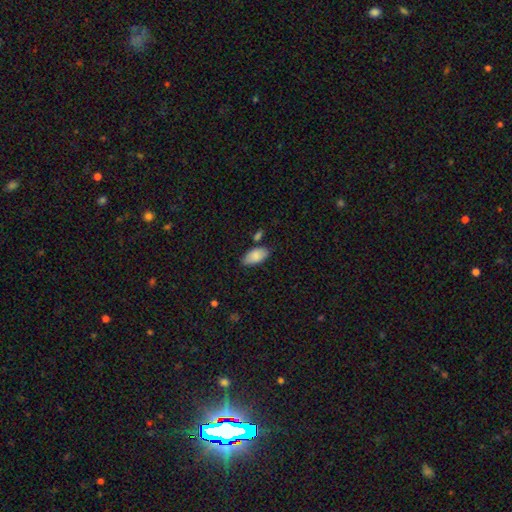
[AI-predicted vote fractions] Smooth or featured?
  - smooth: 85% *
  - featured or disk: 8%
  - star or artifact: 6%
How rounded?
  - in between: 94% *
  - cigar-shaped: 4%
  - round: 2%
Merging?
  - none: 75% *
  - minor disturbance: 16%
  - merger: 6%
  - major disturbance: 3%